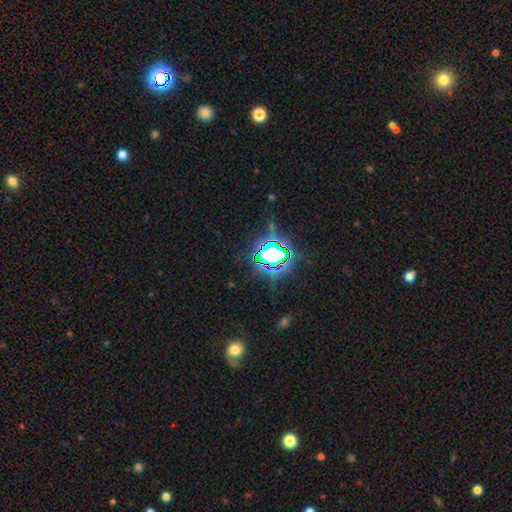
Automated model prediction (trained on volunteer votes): Smooth or featured: star or artifact — 78% (smooth — 14%)